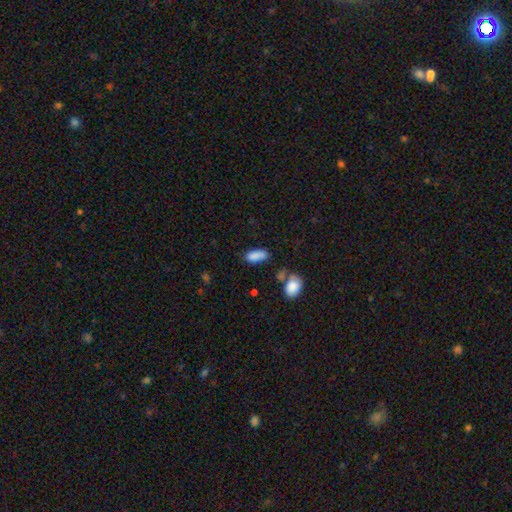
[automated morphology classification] smooth_or_featured: smooth (p=0.86) [alt: star or artifact p=0.08]
how_rounded: in between (p=0.85) [alt: cigar-shaped p=0.13]
merging: none (p=0.62) [alt: minor disturbance p=0.22]